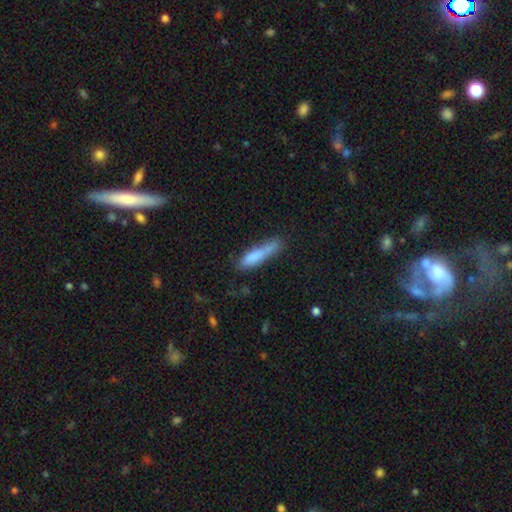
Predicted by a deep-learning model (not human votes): smooth 80%, featured or disk 13%, star or artifact 7%. Down the decision tree: how rounded — cigar-shaped (83%); merging — none (56%).